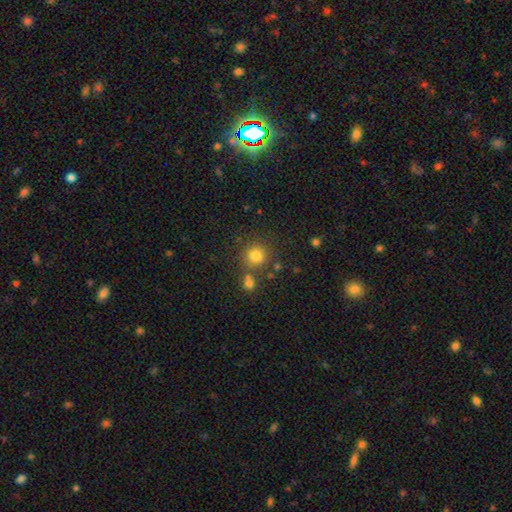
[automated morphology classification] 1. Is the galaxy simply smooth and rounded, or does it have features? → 79% smooth, 15% star or artifact, 7% featured or disk.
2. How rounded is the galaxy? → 91% round, 8% in between, 1% cigar-shaped.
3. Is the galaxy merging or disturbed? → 75% none, 12% merger, 9% minor disturbance, 3% major disturbance.